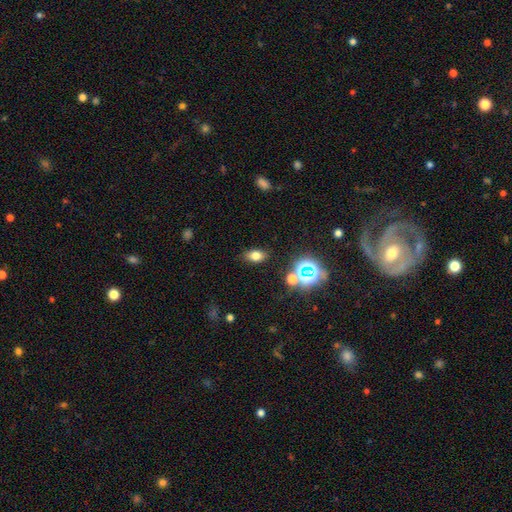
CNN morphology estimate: Overall: smooth (70%). How rounded: in between (81%). Merging: none (84%).